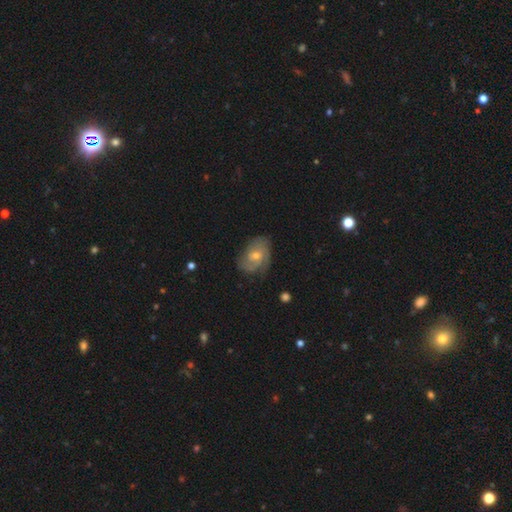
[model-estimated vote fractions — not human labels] A featured or disk galaxy (65%) with no bar (68%), tight (50%) spiral arms (86%) and a moderate central bulge (55%). Merging: none (71%).